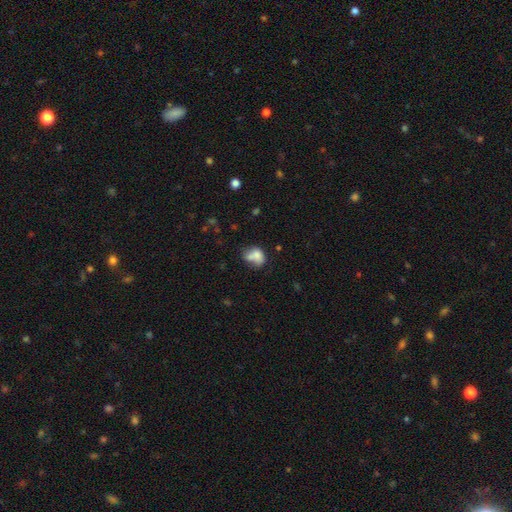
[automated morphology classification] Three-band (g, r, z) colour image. It shows a smooth galaxy with no disk features (72%) that is in between round and cigar-shaped (61%). Merging: merger (50%).